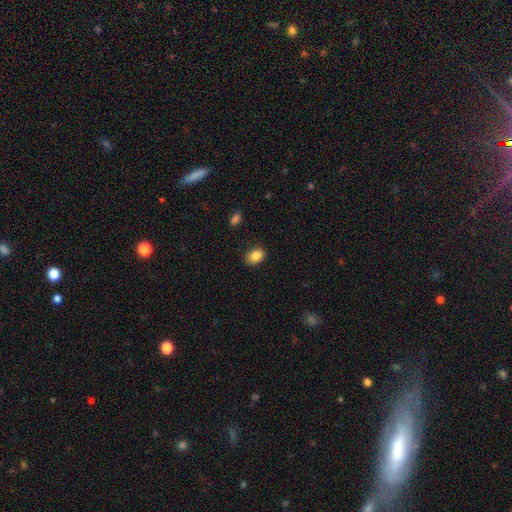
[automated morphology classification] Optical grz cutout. It shows a smooth galaxy with no disk features (86%) that is in between round and cigar-shaped (78%). Merging: none (82%).